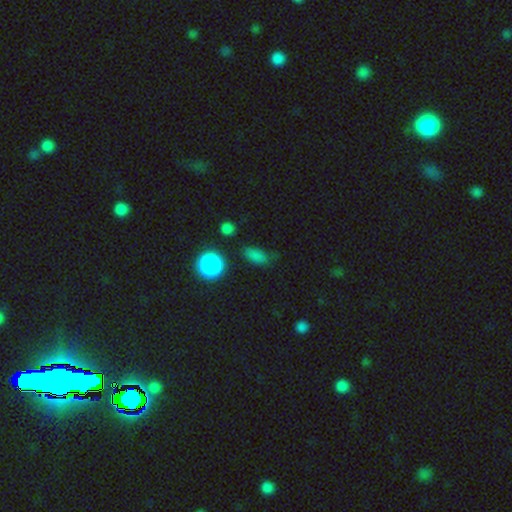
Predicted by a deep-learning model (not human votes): A smooth galaxy with no disk features (77%) that is in between round and cigar-shaped (71%). Merging: none (73%).